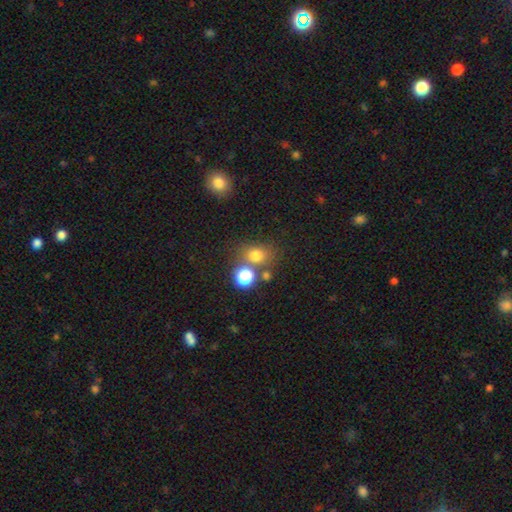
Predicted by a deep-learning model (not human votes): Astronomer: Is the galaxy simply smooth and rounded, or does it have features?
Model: smooth — 72%.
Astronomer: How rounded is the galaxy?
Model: round — 69%.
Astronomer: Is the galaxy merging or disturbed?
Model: none — 64%.